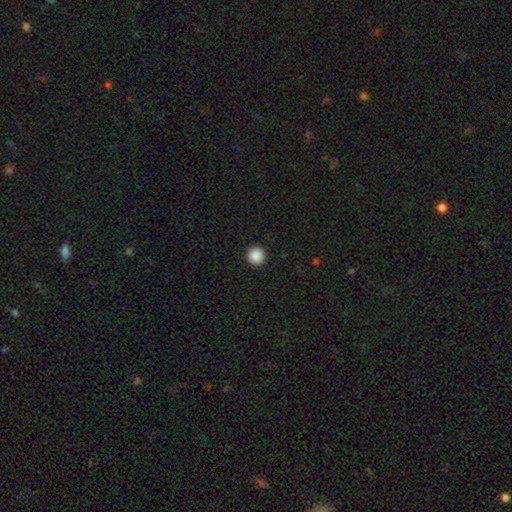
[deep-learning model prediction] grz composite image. It shows a smooth galaxy with no disk features (89%) that is round (96%). Merging: none (94%).